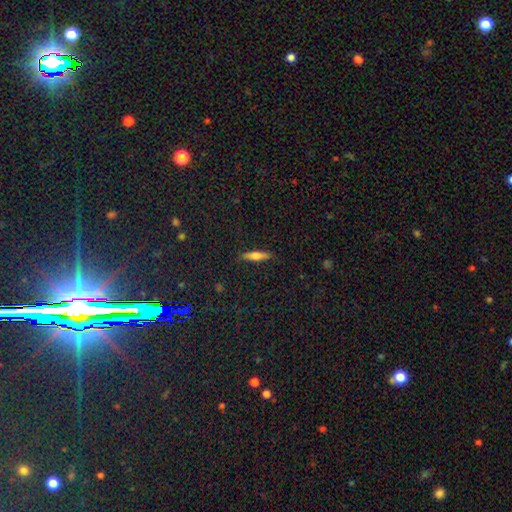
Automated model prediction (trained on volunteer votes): Smooth or featured: smooth — 65% (featured or disk — 27%)
How rounded: cigar-shaped — 78% (in between — 20%)
Merging: none — 88% (minor disturbance — 9%)